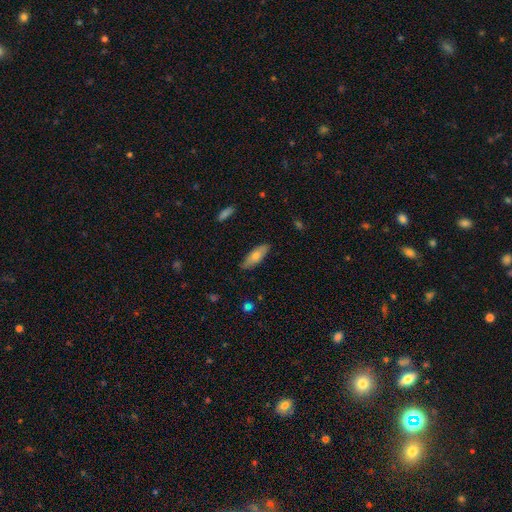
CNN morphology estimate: Q: Smooth or featured?
A: smooth (68%); runner-up: featured or disk (25%)
Q: How rounded?
A: in between (63%); runner-up: cigar-shaped (35%)
Q: Merging?
A: none (86%); runner-up: minor disturbance (11%)